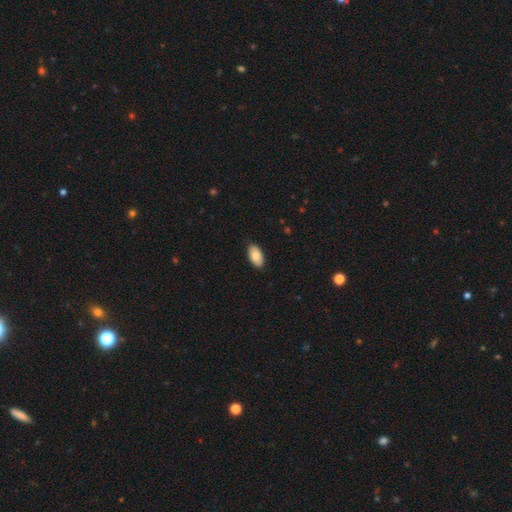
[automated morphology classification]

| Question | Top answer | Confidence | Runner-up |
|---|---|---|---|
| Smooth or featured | smooth | 81% | featured or disk (12%) |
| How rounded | in between | 95% | round (3%) |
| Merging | none | 86% | minor disturbance (11%) |